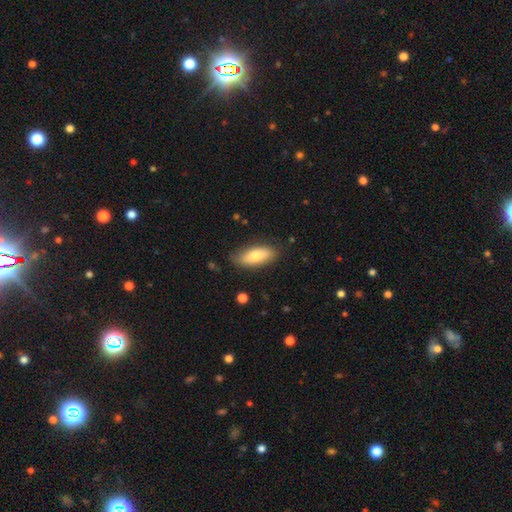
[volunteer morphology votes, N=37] A smooth galaxy with no disk features (78%) that is in between round and cigar-shaped (79%).

Vote fractions:
- Smooth or featured? smooth: 78% / featured or disk: 16% / star or artifact: 5%
- How rounded? in between: 79% / cigar-shaped: 17% / round: 3%
- Merging? none: 77% / minor disturbance: 14% / major disturbance: 6% / merger: 3%